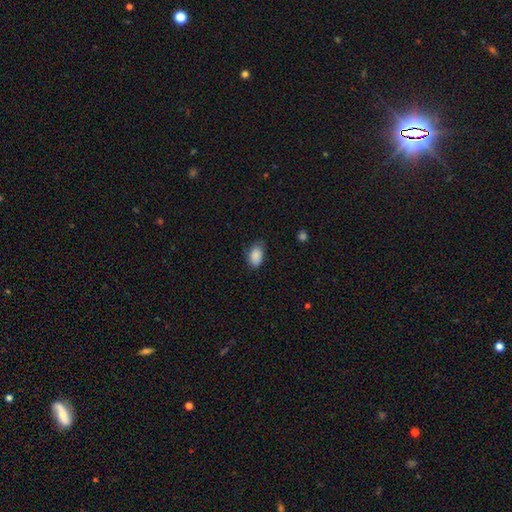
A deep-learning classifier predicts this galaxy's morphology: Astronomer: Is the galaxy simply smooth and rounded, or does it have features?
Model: smooth — 88%.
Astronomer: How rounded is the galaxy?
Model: in between — 90%.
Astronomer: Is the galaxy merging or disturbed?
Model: none — 69%.